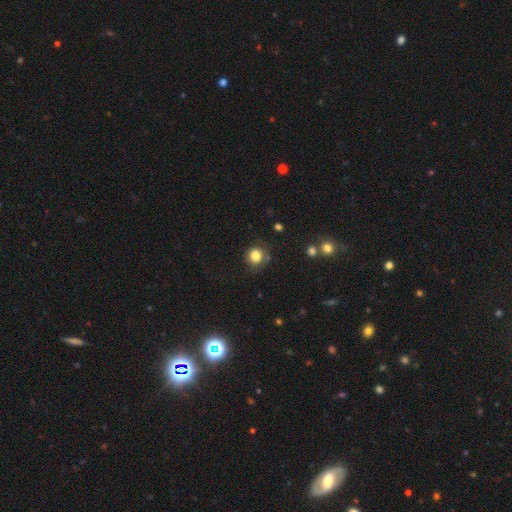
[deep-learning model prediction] A smooth galaxy with no disk features (82%) that is round (84%). Merging: none (76%).